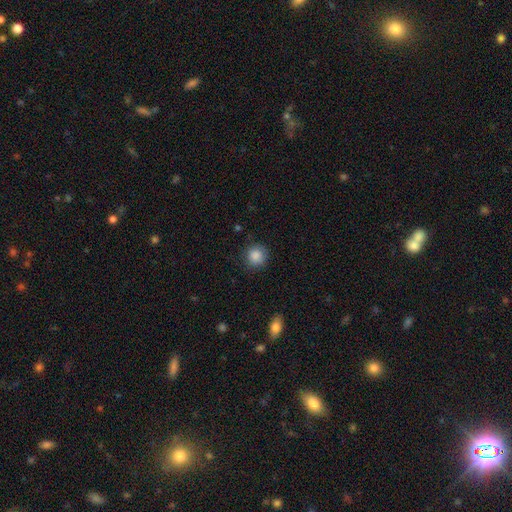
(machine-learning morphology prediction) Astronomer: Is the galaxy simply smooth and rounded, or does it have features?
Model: smooth — 88%.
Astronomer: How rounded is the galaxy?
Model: round — 92%.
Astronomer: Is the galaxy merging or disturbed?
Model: none — 87%.